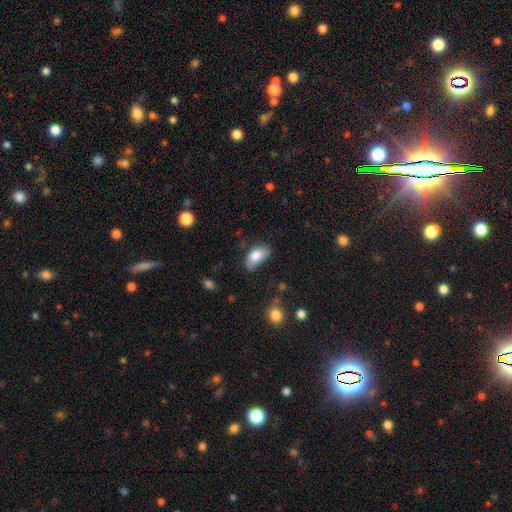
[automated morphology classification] smooth_or_featured: smooth (p=0.79) [alt: featured or disk p=0.14]
how_rounded: in between (p=0.94) [alt: round p=0.04]
merging: none (p=0.66) [alt: minor disturbance p=0.26]